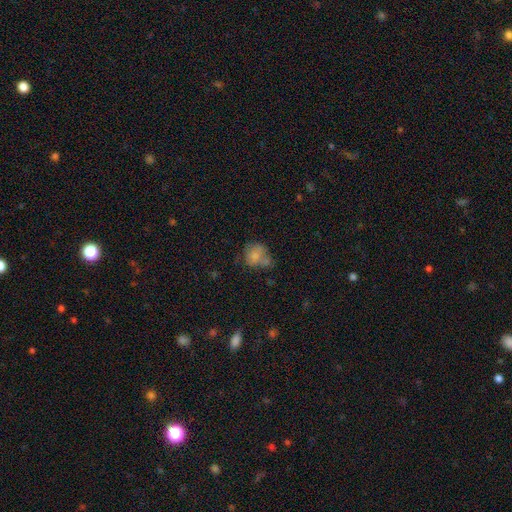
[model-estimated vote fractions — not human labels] Smooth or featured? Predicted: smooth (p=0.71). How rounded? Predicted: round (p=0.62). Merging? Predicted: none (p=0.37).